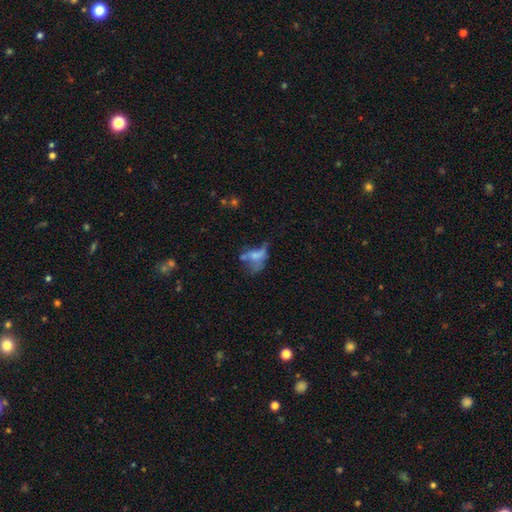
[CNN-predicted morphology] Smooth or featured?
  - smooth: 43% *
  - featured or disk: 40%
  - star or artifact: 16%
Merging?
  - major disturbance: 37% *
  - none: 27%
  - merger: 20%
  - minor disturbance: 16%